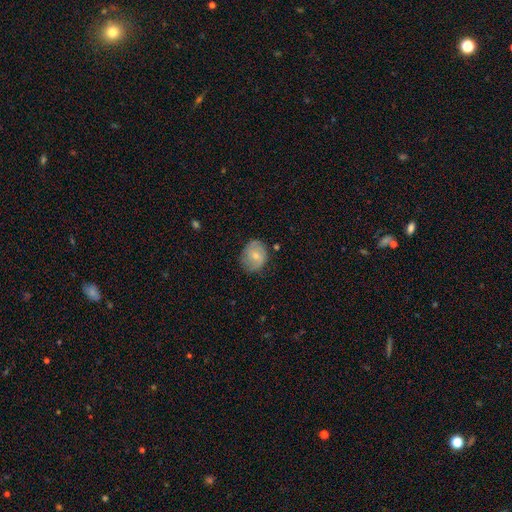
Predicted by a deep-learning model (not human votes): The model was most divided on "smooth or featured": smooth: 57%, featured or disk: 36%, star or artifact: 7%. More confident: merging — none (73%); how rounded — round (66%).